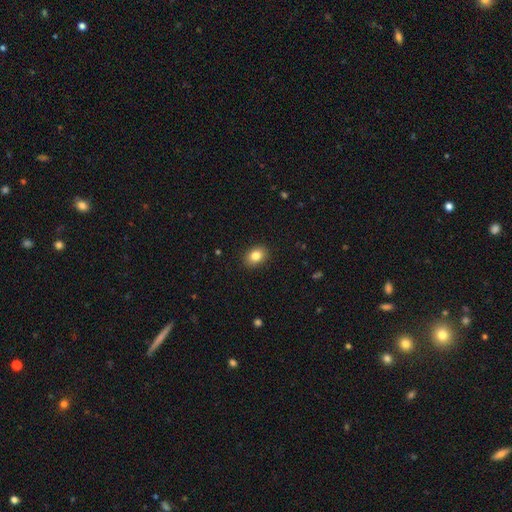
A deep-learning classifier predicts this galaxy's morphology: This is clearly a smooth galaxy (84%). How rounded: likely in between (70%). Merging: clearly none (89%).